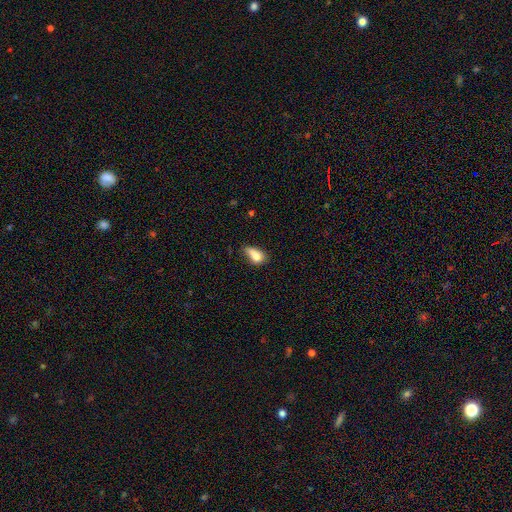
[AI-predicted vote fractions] This is likely a smooth galaxy (76%). How rounded: clearly in between (82%). Merging: marginally minor disturbance (38%).